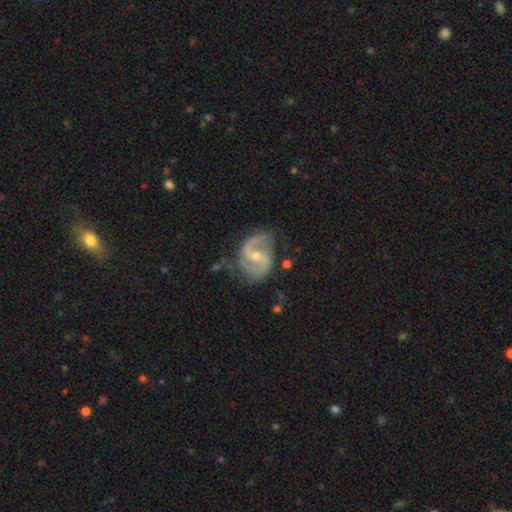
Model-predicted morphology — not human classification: A featured or disk galaxy (88%) with a weak bar (49%), 2 (90%) medium (53%) spiral arms (96%) and a small central bulge (53%). Merging: none (66%).